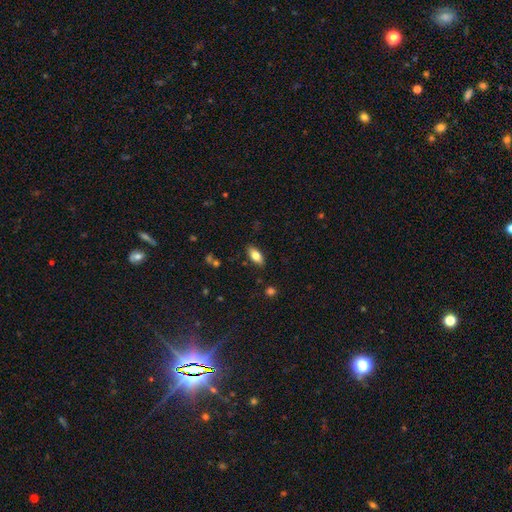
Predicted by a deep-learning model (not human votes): A smooth galaxy with no disk features (76%) that is in between round and cigar-shaped (86%).

Vote fractions:
- Smooth or featured? smooth: 76% / featured or disk: 16% / star or artifact: 7%
- How rounded? in between: 86% / cigar-shaped: 11% / round: 3%
- Merging? none: 85% / minor disturbance: 11% / major disturbance: 2% / merger: 1%